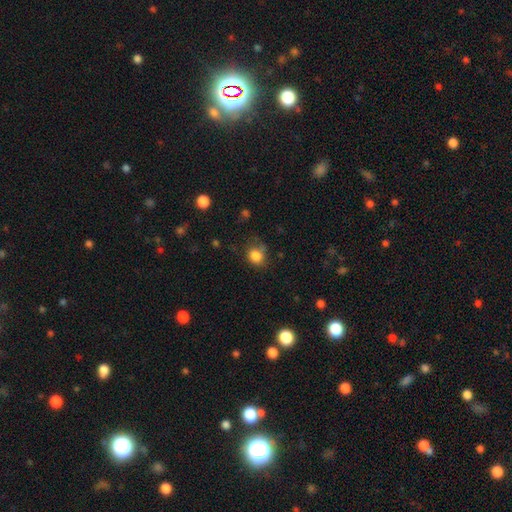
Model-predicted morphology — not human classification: Smooth or featured: smooth — 83% (star or artifact — 11%)
How rounded: round — 63% (in between — 36%)
Merging: none — 57% (minor disturbance — 28%)